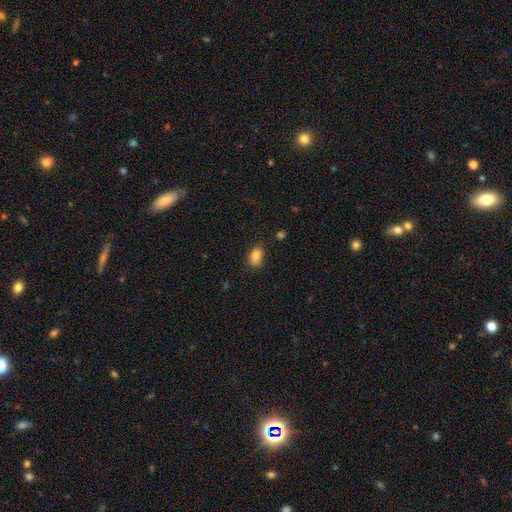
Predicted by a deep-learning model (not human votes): Smooth or featured: smooth — 85% (star or artifact — 9%)
How rounded: in between — 87% (round — 11%)
Merging: none — 80% (minor disturbance — 15%)